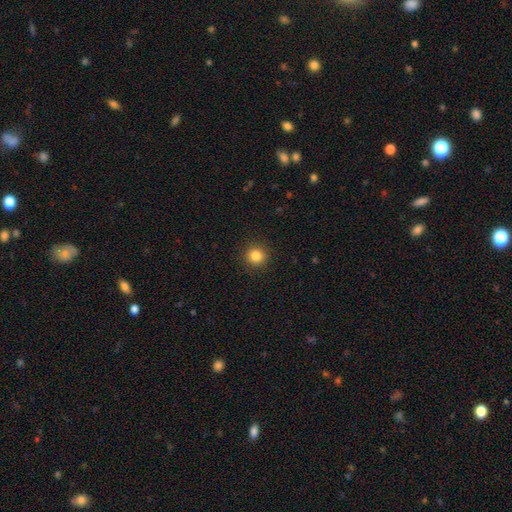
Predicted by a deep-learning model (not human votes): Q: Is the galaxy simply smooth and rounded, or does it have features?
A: smooth — 84%.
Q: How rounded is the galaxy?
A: round — 93%.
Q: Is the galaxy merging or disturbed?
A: none — 92%.